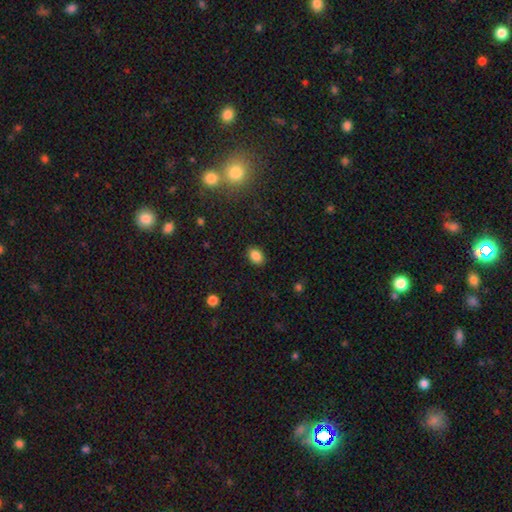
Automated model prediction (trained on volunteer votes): smooth-or-featured: smooth: 86% | star or artifact: 10% | featured or disk: 4%
  how-rounded: in between: 76% | round: 22% | cigar-shaped: 1%
  merging: none: 88% | minor disturbance: 9% | major disturbance: 2% | merger: 1%